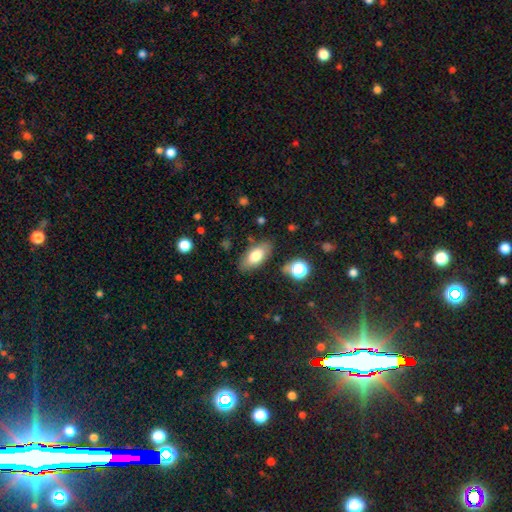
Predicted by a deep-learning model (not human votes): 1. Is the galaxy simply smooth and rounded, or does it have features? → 76% smooth, 17% featured or disk, 8% star or artifact.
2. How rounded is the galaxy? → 88% in between, 9% cigar-shaped, 4% round.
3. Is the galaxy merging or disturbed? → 82% none, 12% minor disturbance, 3% major disturbance, 2% merger.